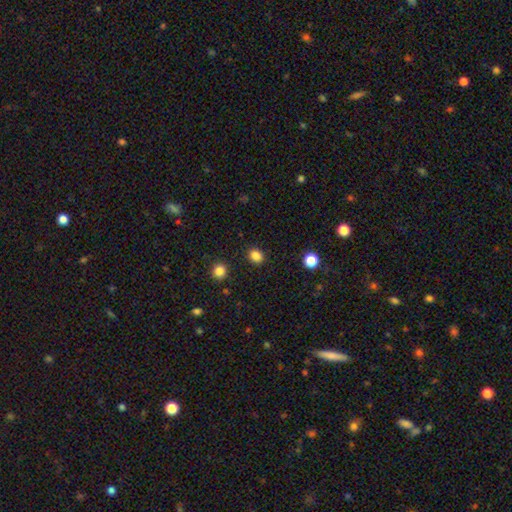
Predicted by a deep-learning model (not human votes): A smooth galaxy with no disk features (85%) that is round (54%).

Vote fractions:
- Smooth or featured? smooth: 85% / star or artifact: 12% / featured or disk: 3%
- How rounded? round: 54% / in between: 45% / cigar-shaped: 1%
- Merging? none: 89% / minor disturbance: 7% / major disturbance: 2% / merger: 2%